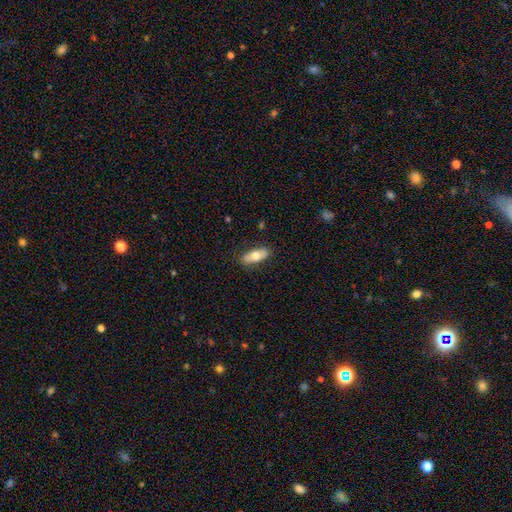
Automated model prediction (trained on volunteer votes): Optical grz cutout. It shows a smooth galaxy with no disk features (69%) that is in between round and cigar-shaped (72%). Merging: none (86%).